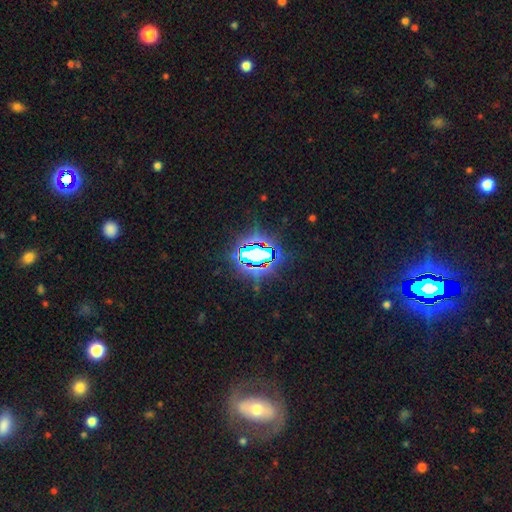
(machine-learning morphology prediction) Smooth or featured? star or artifact (76%)